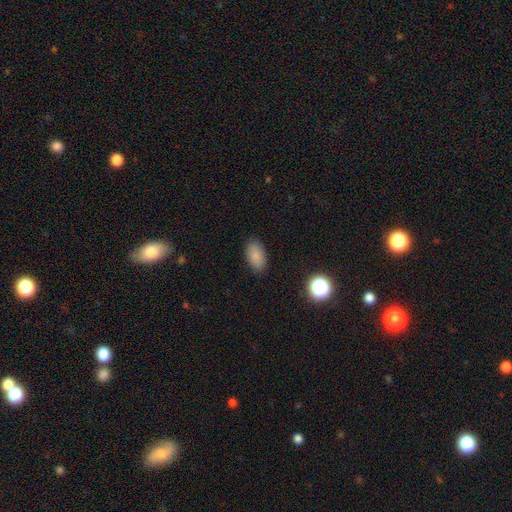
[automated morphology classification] Q: Smooth or featured?
A: smooth (86%); runner-up: star or artifact (9%)
Q: How rounded?
A: in between (93%); runner-up: round (5%)
Q: Merging?
A: none (87%); runner-up: minor disturbance (9%)